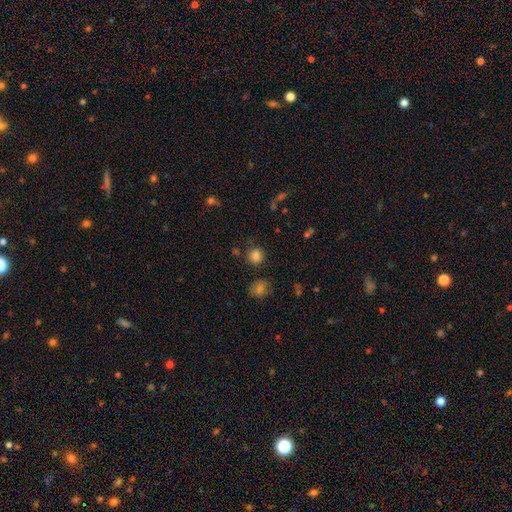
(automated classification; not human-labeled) A smooth galaxy with no disk features (81%) that is round (73%).

Vote fractions:
- Smooth or featured? smooth: 81% / star or artifact: 14% / featured or disk: 5%
- How rounded? round: 73% / in between: 26% / cigar-shaped: 1%
- Merging? none: 76% / minor disturbance: 14% / major disturbance: 5% / merger: 4%